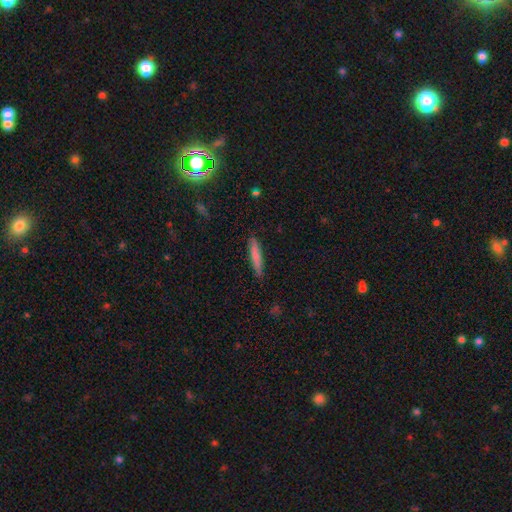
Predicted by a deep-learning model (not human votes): The model was most divided on "smooth or featured": smooth: 74%, featured or disk: 19%, star or artifact: 6%. More confident: how rounded — cigar-shaped (91%); merging — none (87%).